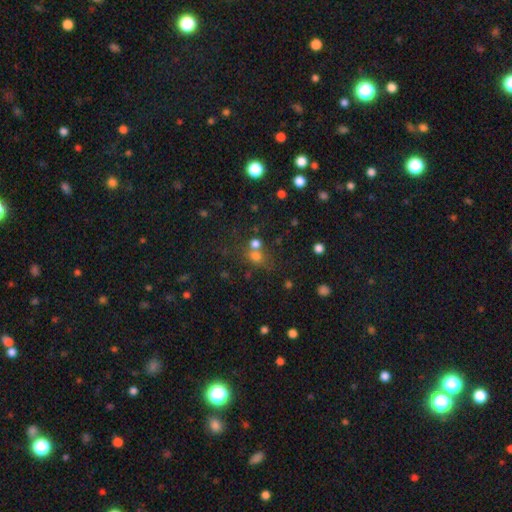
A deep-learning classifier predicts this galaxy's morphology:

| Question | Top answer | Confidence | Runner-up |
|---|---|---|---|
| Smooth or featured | smooth | 65% | star or artifact (25%) |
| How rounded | round | 74% | in between (24%) |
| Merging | none | 50% | merger (34%) |